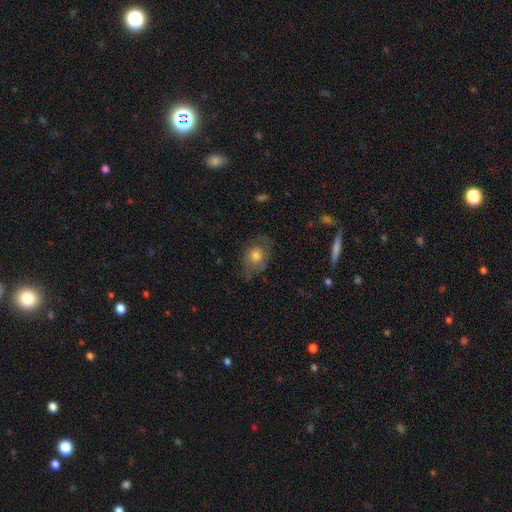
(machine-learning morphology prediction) The model was most divided on "smooth or featured": smooth: 53%, featured or disk: 37%, star or artifact: 10%. More confident: merging — none (64%); how rounded — in between (62%).